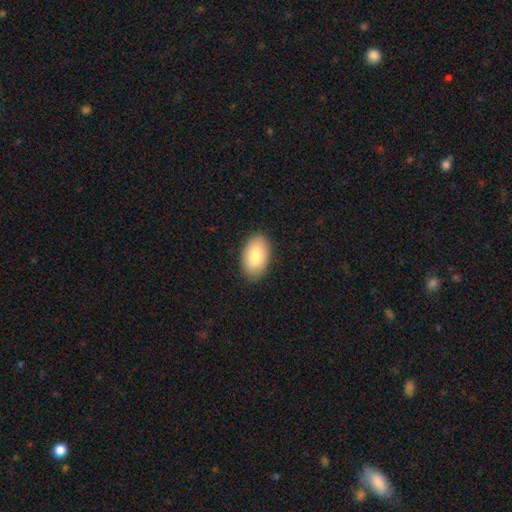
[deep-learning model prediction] The model was most divided on "smooth or featured": smooth: 82%, featured or disk: 12%, star or artifact: 6%. More confident: how rounded — in between (94%); merging — none (88%).